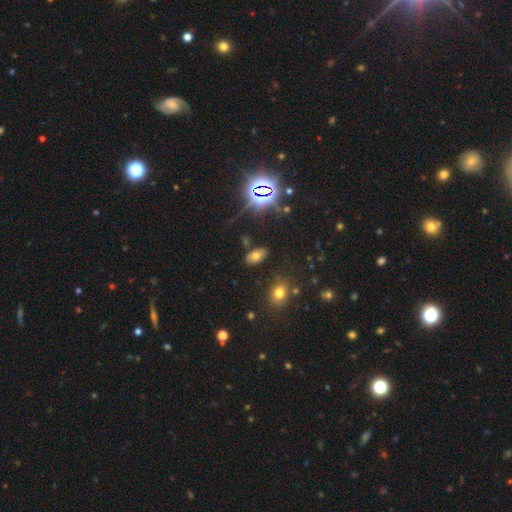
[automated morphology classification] smooth_or_featured: smooth (p=0.58) [alt: star or artifact p=0.27]
how_rounded: in between (p=0.91) [alt: round p=0.06]
merging: none (p=0.81) [alt: minor disturbance p=0.11]